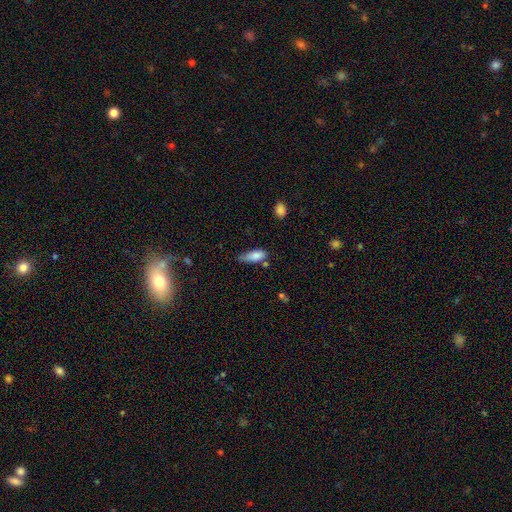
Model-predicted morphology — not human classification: Smooth or featured?
  - smooth: 82% *
  - featured or disk: 11%
  - star or artifact: 8%
How rounded?
  - in between: 75% *
  - cigar-shaped: 22%
  - round: 2%
Merging?
  - none: 47% *
  - minor disturbance: 38%
  - major disturbance: 9%
  - merger: 6%